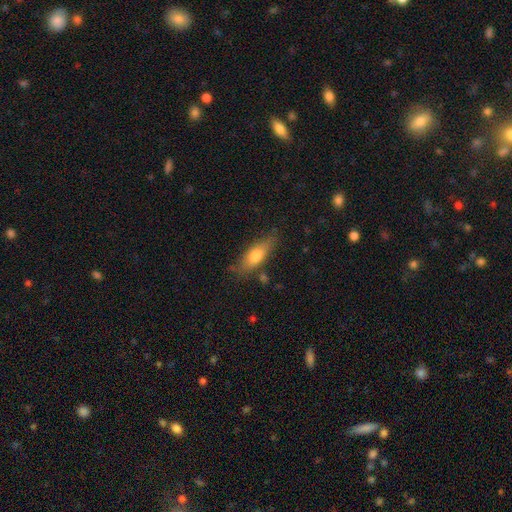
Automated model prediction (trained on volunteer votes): Overall: smooth (70%). How rounded: in between (58%; cigar-shaped 39%). Merging: none (77%).